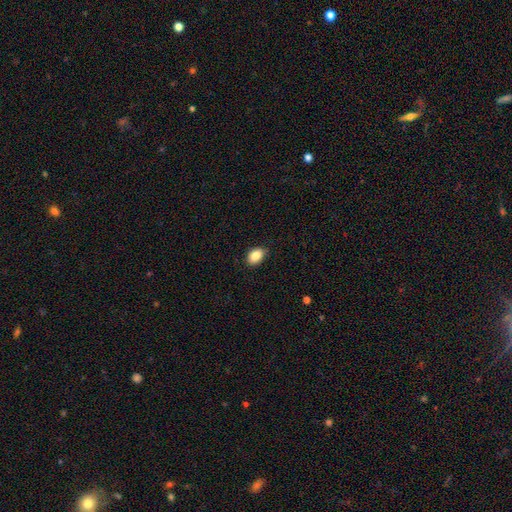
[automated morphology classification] Q: Smooth or featured?
A: smooth (86%); runner-up: star or artifact (8%)
Q: How rounded?
A: in between (82%); runner-up: round (17%)
Q: Merging?
A: none (85%); runner-up: minor disturbance (12%)